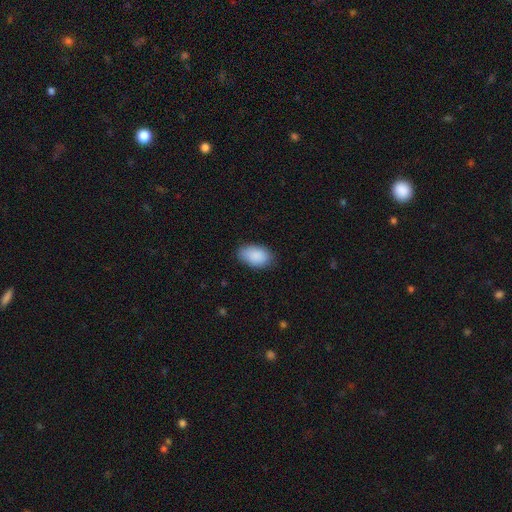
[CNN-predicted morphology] type=smooth (90%); roundness=in between (92%); merging=none (82%).